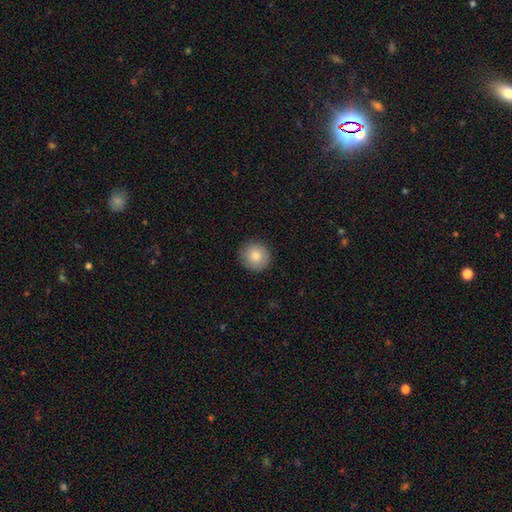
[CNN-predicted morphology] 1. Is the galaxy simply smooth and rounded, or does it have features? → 82% smooth, 10% featured or disk, 8% star or artifact.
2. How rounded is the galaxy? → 92% round, 7% in between, 1% cigar-shaped.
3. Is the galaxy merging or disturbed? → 89% none, 8% minor disturbance, 2% major disturbance, 1% merger.